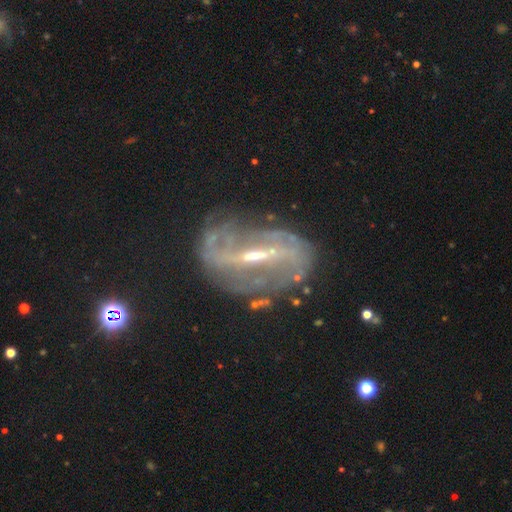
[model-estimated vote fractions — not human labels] smooth_or_featured: featured or disk (p=0.83) [alt: smooth p=0.09]
disk_edge_on: no (p=0.92) [alt: yes p=0.08]
bar: strong (p=0.57) [alt: weak p=0.33]
has_spiral_arms: yes (p=0.77) [alt: no p=0.23]
spiral_winding: loose (p=0.41) [alt: medium p=0.35]
spiral_arm_count: 2 (p=0.57) [alt: can't tell p=0.26]
bulge_size: small (p=0.51) [alt: moderate p=0.36]
merging: none (p=0.59) [alt: minor disturbance p=0.21]